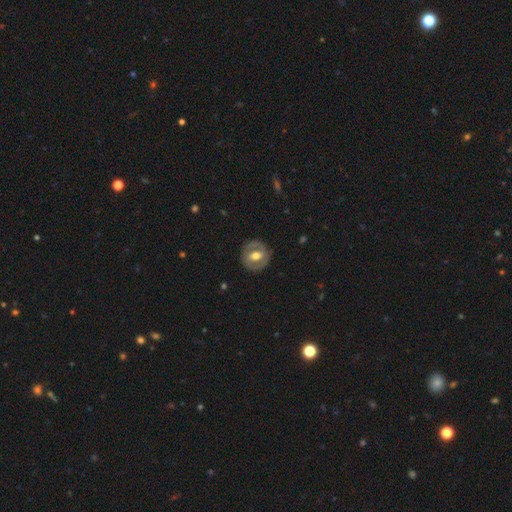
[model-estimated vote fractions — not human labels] Morphology: type=featured or disk (59%); edge-on=no (95%); bar=weak (40%); spiral arms=no (63%); bulge=moderate (73%); merging=none (84%).